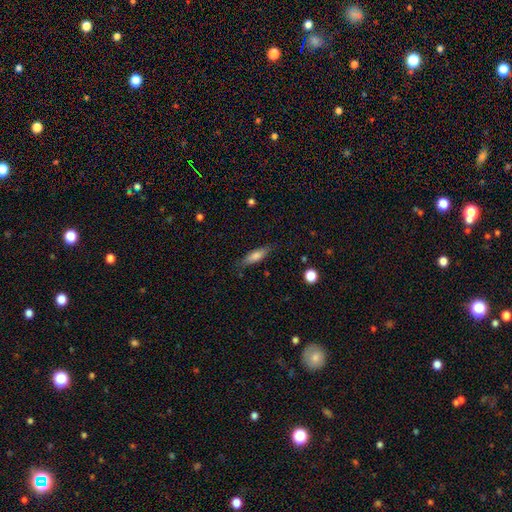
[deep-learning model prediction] A smooth galaxy with no disk features (71%) that is cigar-shaped (58%).

Vote fractions:
- Smooth or featured? smooth: 71% / featured or disk: 22% / star or artifact: 7%
- How rounded? cigar-shaped: 58% / in between: 40% / round: 2%
- Merging? none: 80% / minor disturbance: 15% / major disturbance: 4% / merger: 1%